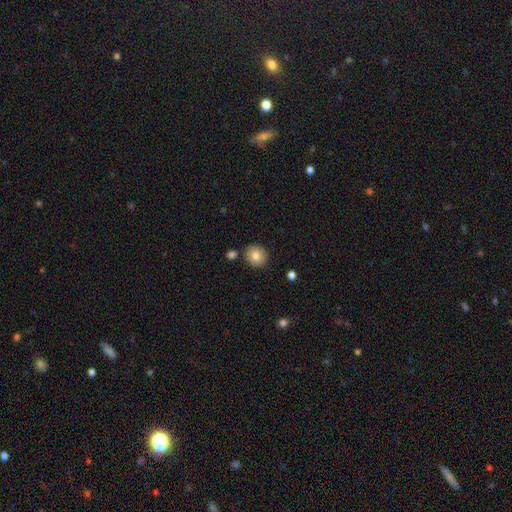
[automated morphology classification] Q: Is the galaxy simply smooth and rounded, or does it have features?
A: smooth — 80%.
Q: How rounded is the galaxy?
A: round — 86%.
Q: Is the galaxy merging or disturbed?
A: none — 84%.